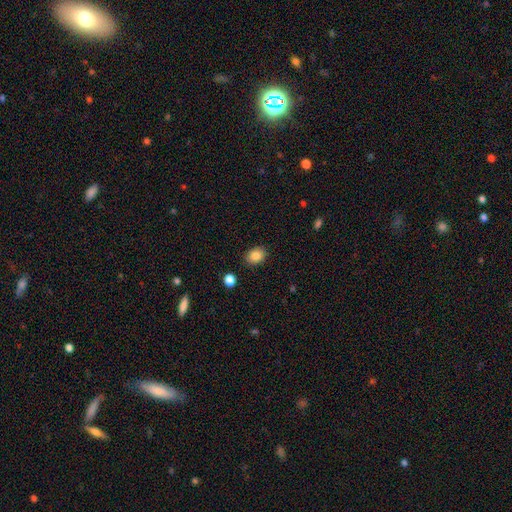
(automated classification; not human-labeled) Smooth or featured?
  - smooth: 86% *
  - star or artifact: 9%
  - featured or disk: 6%
How rounded?
  - in between: 65% *
  - round: 34%
  - cigar-shaped: 1%
Merging?
  - none: 88% *
  - minor disturbance: 8%
  - major disturbance: 2%
  - merger: 2%